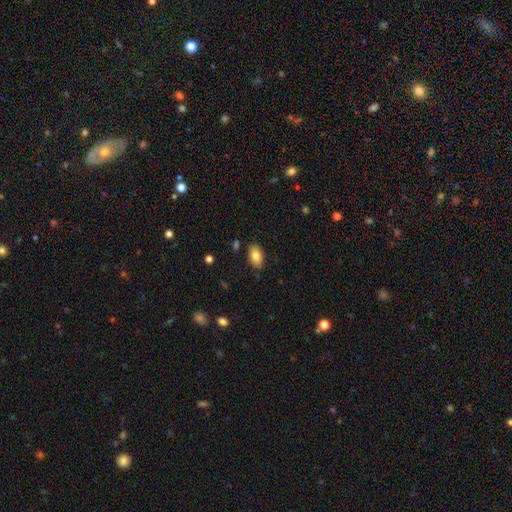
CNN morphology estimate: A smooth galaxy with no disk features (83%) that is in between round and cigar-shaped (90%). Merging: none (85%).